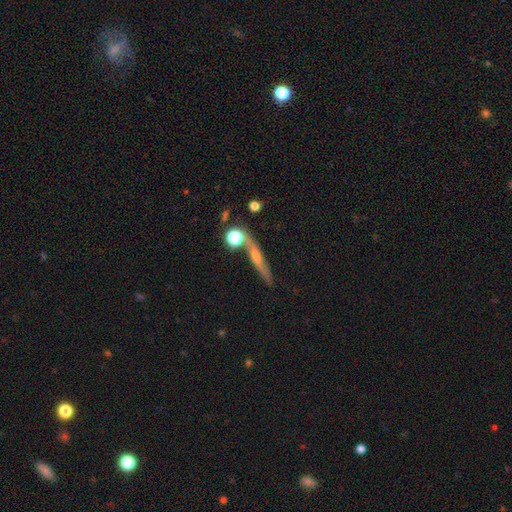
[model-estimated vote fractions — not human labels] Smooth or featured? Predicted: featured or disk (p=0.55). Edge-on disk? Predicted: yes (p=0.86). Merging? Predicted: none (p=0.68).